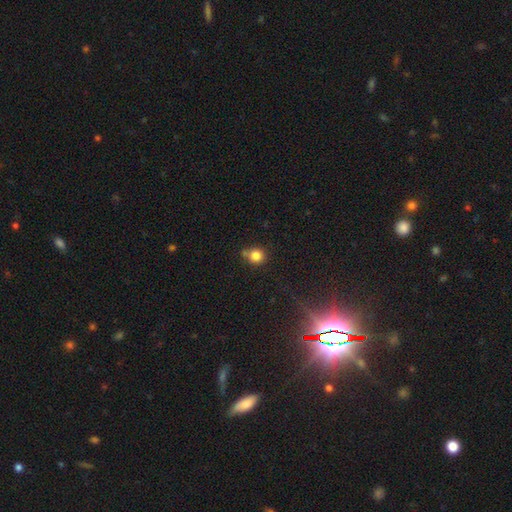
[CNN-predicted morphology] This appears to be a smooth galaxy with no disk features (82%) that is round (84%). Merging: none (61%).